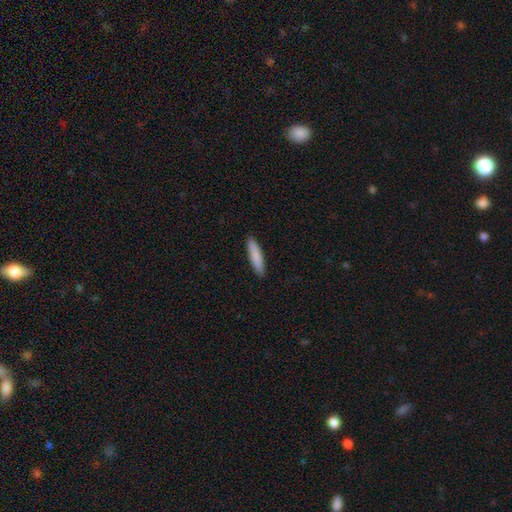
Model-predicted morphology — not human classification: type=smooth (86%); roundness=cigar-shaped (83%); merging=none (91%).